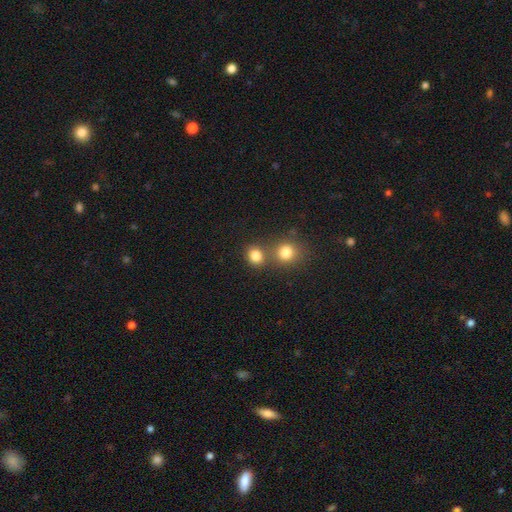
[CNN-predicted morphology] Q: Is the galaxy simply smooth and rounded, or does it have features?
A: smooth — 81%.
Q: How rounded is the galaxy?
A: round — 77%.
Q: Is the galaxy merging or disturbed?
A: none — 61%.